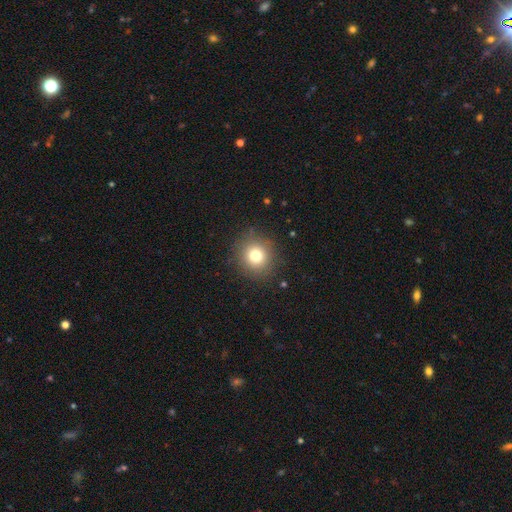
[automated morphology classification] This is likely a smooth galaxy (77%). How rounded: clearly round (90%). Merging: clearly none (88%).